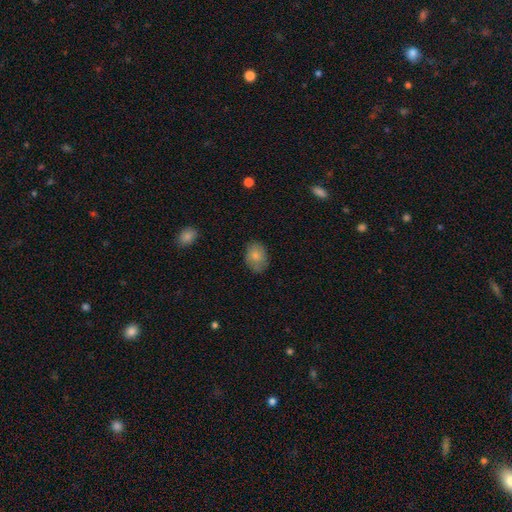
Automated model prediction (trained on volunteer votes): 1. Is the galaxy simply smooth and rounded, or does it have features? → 82% smooth, 11% featured or disk, 8% star or artifact.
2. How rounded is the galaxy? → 73% in between, 26% round, 1% cigar-shaped.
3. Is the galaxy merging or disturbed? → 73% none, 20% minor disturbance, 5% major disturbance, 1% merger.